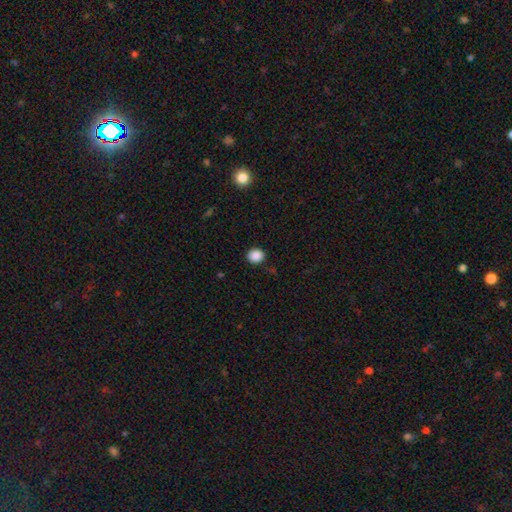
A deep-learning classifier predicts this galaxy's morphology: type=smooth (88%); roundness=round (77%); merging=none (90%).